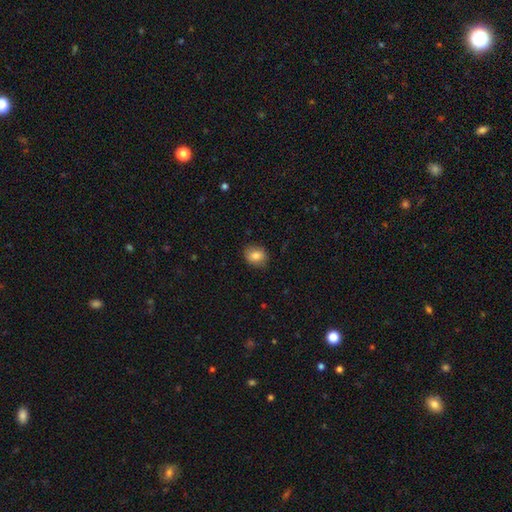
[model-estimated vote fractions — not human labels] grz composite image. It shows a smooth galaxy with no disk features (80%) that is round (58%). Merging: none (85%).